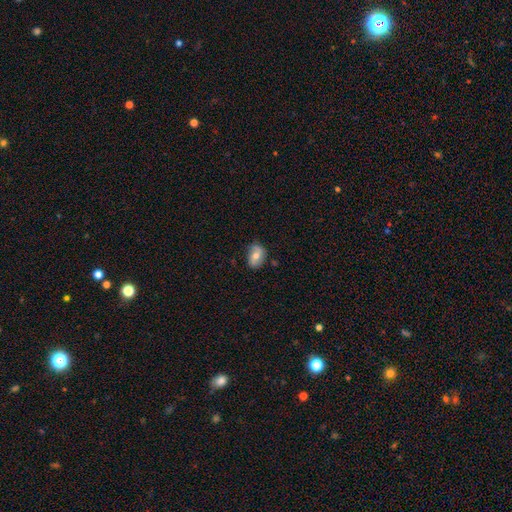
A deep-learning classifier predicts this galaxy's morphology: This appears to be a smooth galaxy with no disk features (60%) that is in between round and cigar-shaped (77%). Merging: none (70%).